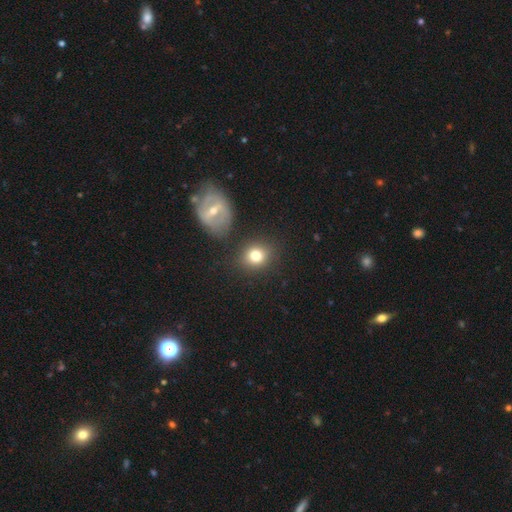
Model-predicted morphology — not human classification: type=smooth (79%); roundness=round (73%); merging=none (78%).